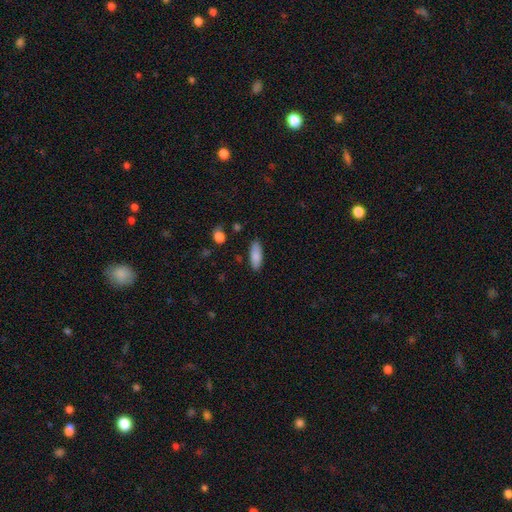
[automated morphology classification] Smooth or featured? smooth (86%)
How rounded? in between (69%)
Merging? none (86%)